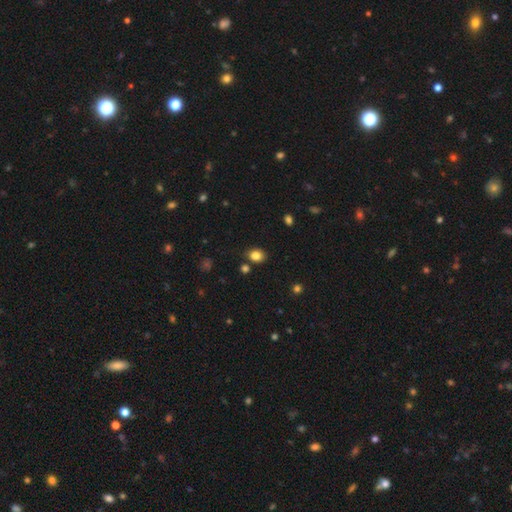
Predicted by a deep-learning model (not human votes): smooth-or-featured: smooth: 84% | star or artifact: 11% | featured or disk: 5%
  how-rounded: in between: 50% | round: 49% | cigar-shaped: 1%
  merging: none: 79% | minor disturbance: 12% | merger: 6% | major disturbance: 3%